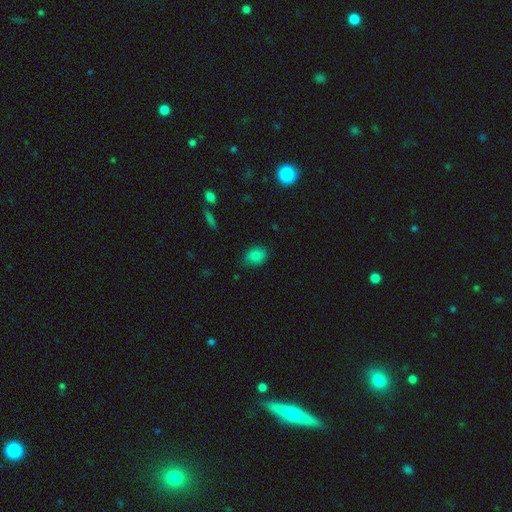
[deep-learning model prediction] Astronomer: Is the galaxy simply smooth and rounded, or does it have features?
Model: smooth — 85%.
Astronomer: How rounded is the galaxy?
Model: in between — 60% (runner-up: round, 39%).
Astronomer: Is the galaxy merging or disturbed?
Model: none — 77%.